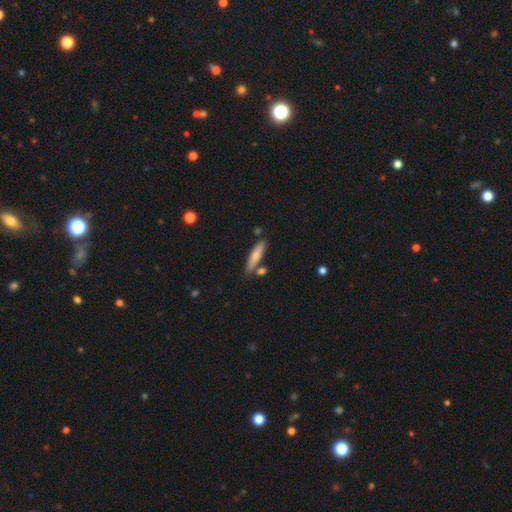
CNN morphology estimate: A smooth galaxy with no disk features (69%) that is cigar-shaped (75%).

Vote fractions:
- Smooth or featured? smooth: 69% / featured or disk: 25% / star or artifact: 6%
- How rounded? cigar-shaped: 75% / in between: 23% / round: 2%
- Merging? none: 76% / minor disturbance: 13% / merger: 9% / major disturbance: 3%